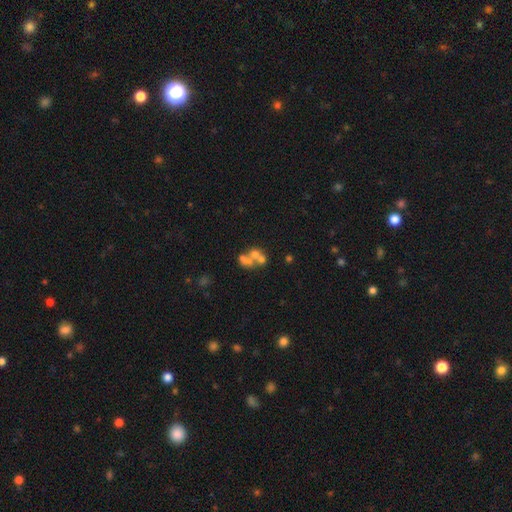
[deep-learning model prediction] A smooth galaxy with no disk features (47%).

Vote fractions:
- Smooth or featured? smooth: 47% / featured or disk: 35% / star or artifact: 18%
- Merging? merger: 59% / none: 24% / major disturbance: 9% / minor disturbance: 7%